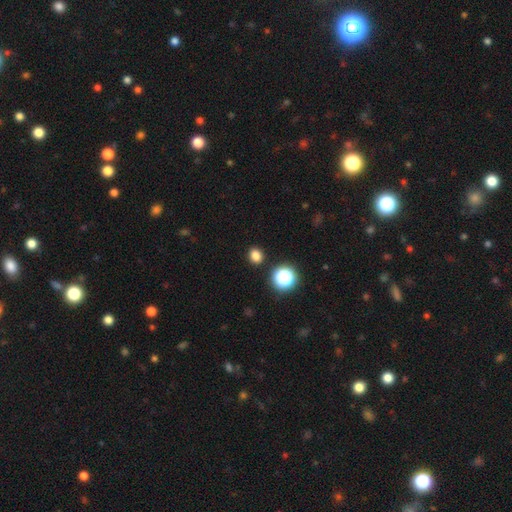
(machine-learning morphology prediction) This appears to be a smooth galaxy with no disk features (79%) that is round (68%). Merging: none (89%).